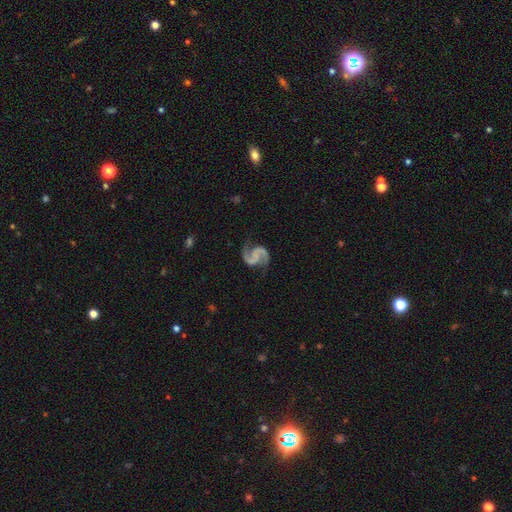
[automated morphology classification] type=featured or disk (92%); edge-on=no (98%); bar=no (48%); spiral arms=yes (98%); winding=medium (52%); arm count=2 (94%); bulge=none (69%); merging=none (78%).